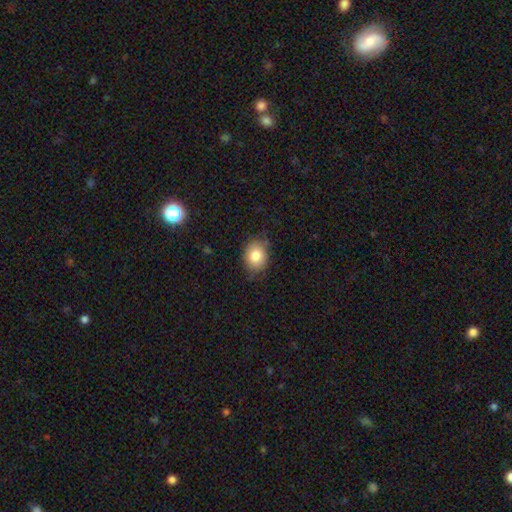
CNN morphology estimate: This appears to be a smooth galaxy with no disk features (81%) that is round (51%). Merging: none (74%).